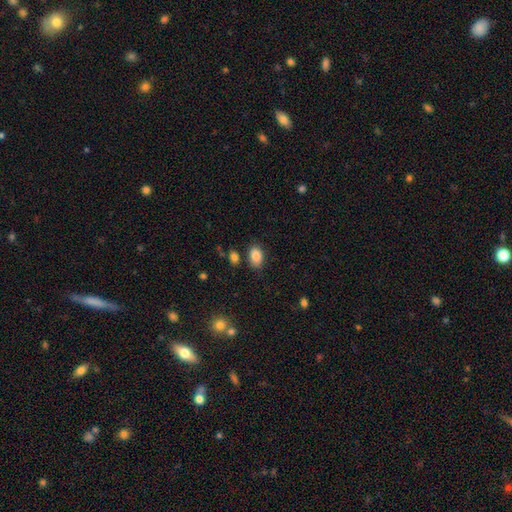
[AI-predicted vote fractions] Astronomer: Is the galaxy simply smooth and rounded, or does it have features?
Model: smooth — 85%.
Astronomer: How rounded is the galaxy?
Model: in between — 87%.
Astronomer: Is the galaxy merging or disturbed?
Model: none — 80%.